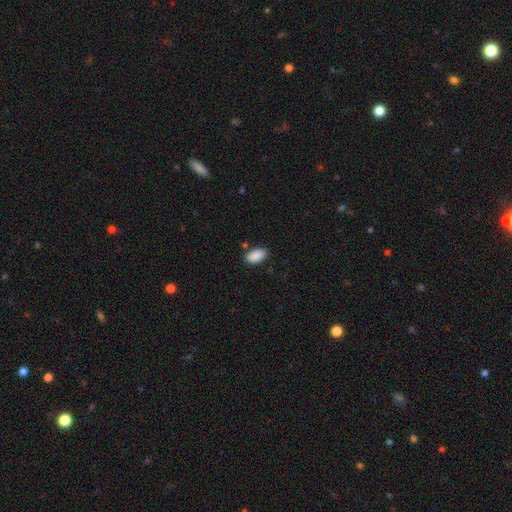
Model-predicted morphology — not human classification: Smooth or featured?
  - smooth: 90% *
  - star or artifact: 7%
  - featured or disk: 3%
How rounded?
  - in between: 94% *
  - round: 3%
  - cigar-shaped: 3%
Merging?
  - none: 84% *
  - minor disturbance: 11%
  - merger: 3%
  - major disturbance: 2%